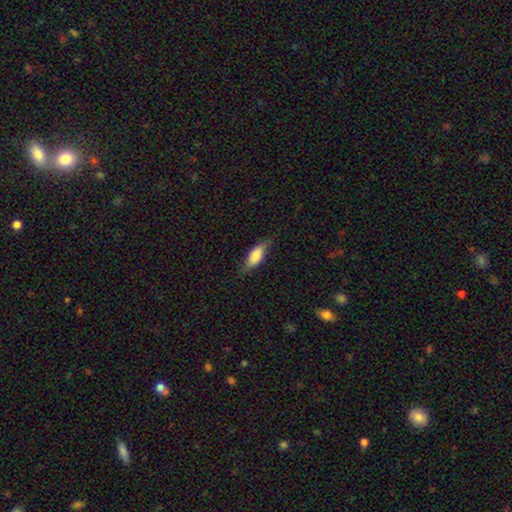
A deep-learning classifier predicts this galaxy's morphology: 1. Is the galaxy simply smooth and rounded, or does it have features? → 76% smooth, 17% featured or disk, 7% star or artifact.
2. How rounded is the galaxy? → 70% in between, 27% cigar-shaped, 2% round.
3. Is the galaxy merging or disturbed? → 72% none, 22% minor disturbance, 5% major disturbance, 1% merger.